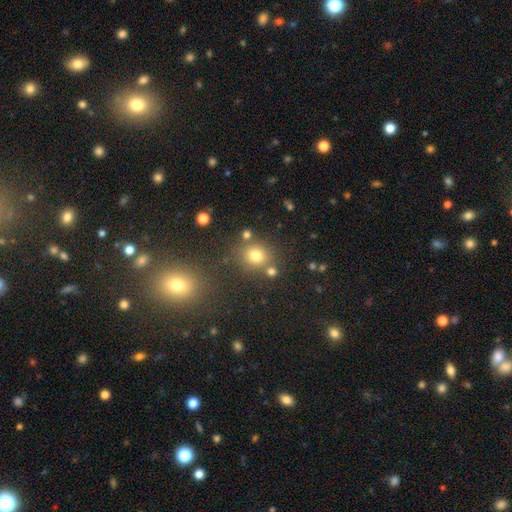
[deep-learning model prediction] Morphology: type=smooth (74%); roundness=round (79%); merging=none (72%).